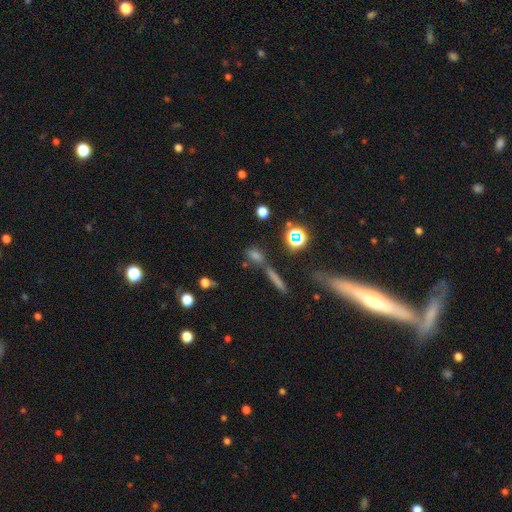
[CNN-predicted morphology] Q: Smooth or featured?
A: smooth (58%); runner-up: star or artifact (27%)
Q: How rounded?
A: in between (36%); tied with: cigar-shaped (36%)
Q: Merging?
A: none (59%); runner-up: merger (22%)